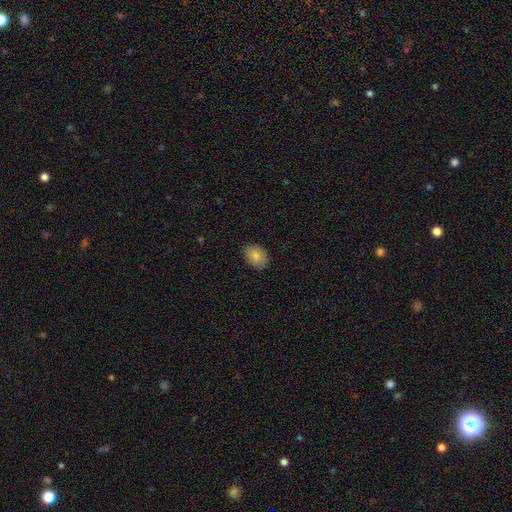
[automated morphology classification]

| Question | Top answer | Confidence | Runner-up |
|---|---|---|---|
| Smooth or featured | smooth | 84% | star or artifact (8%) |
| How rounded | in between | 69% | round (30%) |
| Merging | none | 81% | minor disturbance (15%) |